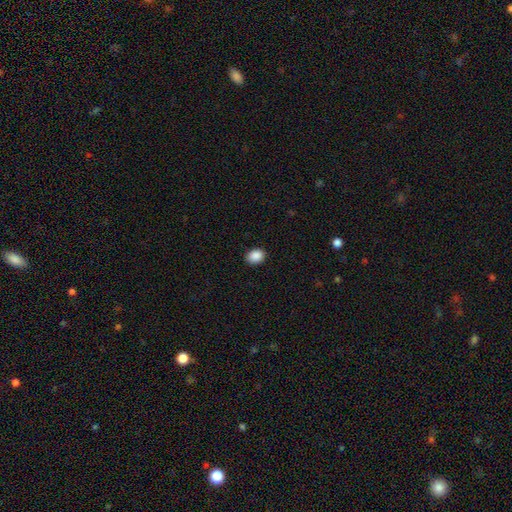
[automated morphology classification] A smooth galaxy with no disk features (89%) that is in between round and cigar-shaped (59%). Merging: none (90%).